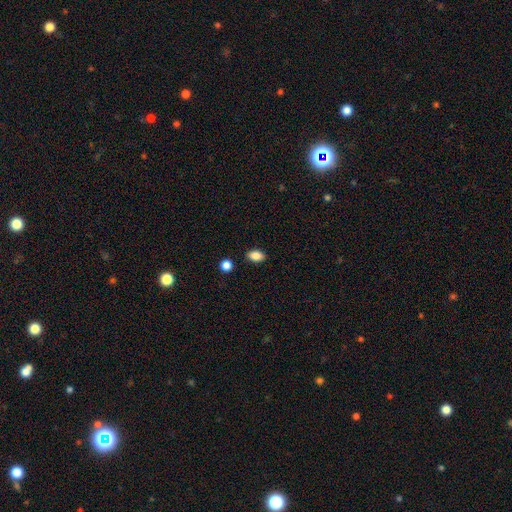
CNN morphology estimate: This appears to be a smooth galaxy with no disk features (86%) that is in between round and cigar-shaped (88%). Merging: none (87%).